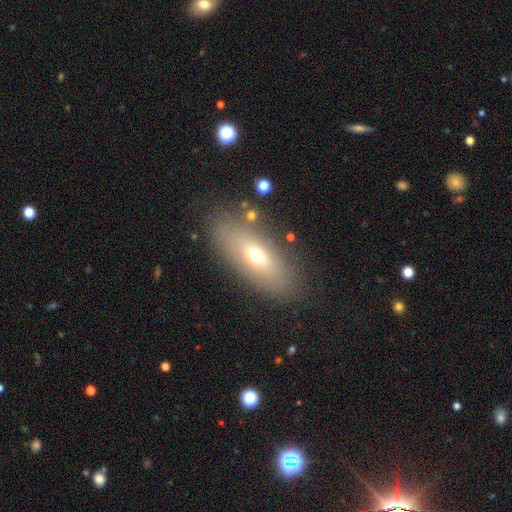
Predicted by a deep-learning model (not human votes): This appears to be a smooth galaxy with no disk features (59%) that is in between round and cigar-shaped (76%). Merging: none (80%).